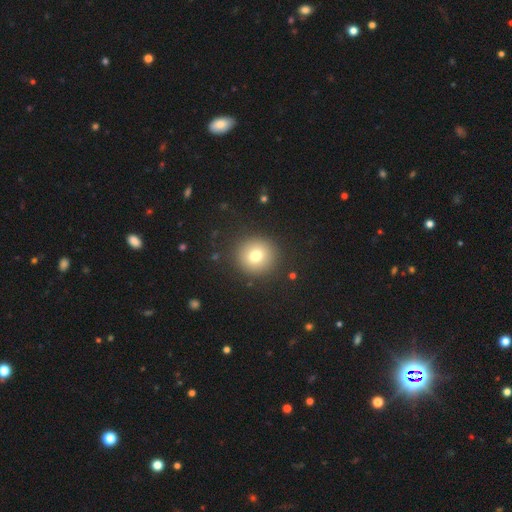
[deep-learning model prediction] Overall: smooth (75%). How rounded: round (93%). Merging: none (90%).